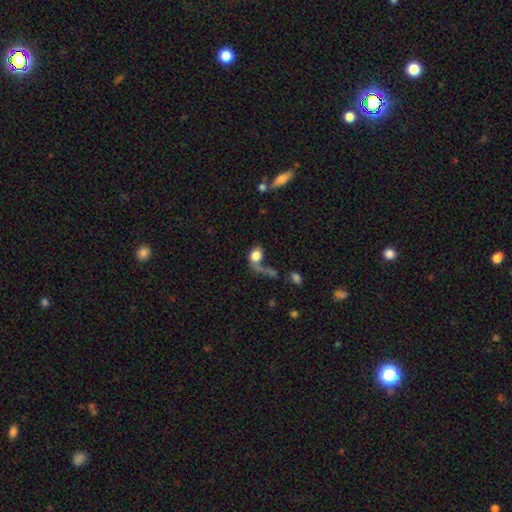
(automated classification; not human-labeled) A smooth galaxy with no disk features (74%) that is in between round and cigar-shaped (61%). Merging: major disturbance (30%).